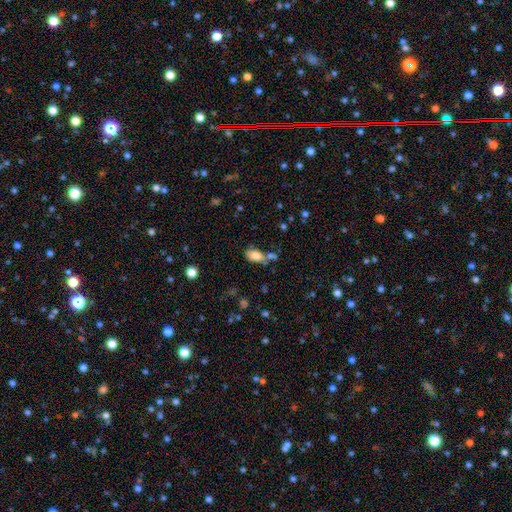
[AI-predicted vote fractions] Smooth or featured?
  - smooth: 81% *
  - featured or disk: 10%
  - star or artifact: 9%
How rounded?
  - in between: 89% *
  - round: 7%
  - cigar-shaped: 4%
Merging?
  - none: 53% *
  - merger: 20%
  - minor disturbance: 20%
  - major disturbance: 7%